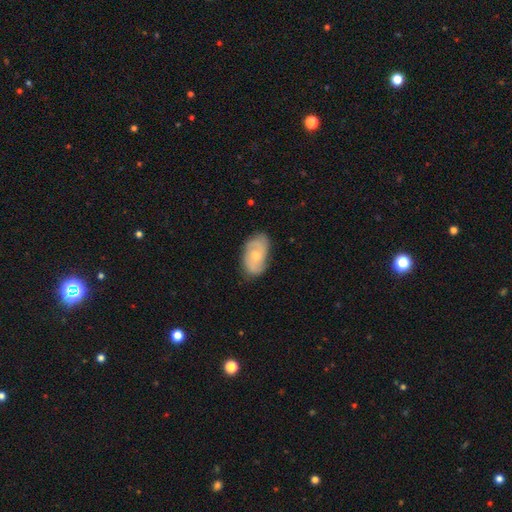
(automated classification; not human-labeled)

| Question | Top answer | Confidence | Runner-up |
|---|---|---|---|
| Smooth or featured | featured or disk | 58% | smooth (36%) |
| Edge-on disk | no | 95% | yes (5%) |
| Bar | no | 71% | weak (25%) |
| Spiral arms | yes | 86% | no (14%) |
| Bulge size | small | 48% | moderate (47%) |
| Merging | none | 74% | minor disturbance (20%) |